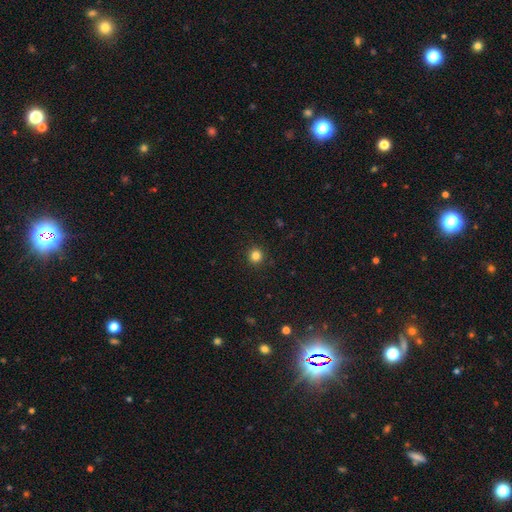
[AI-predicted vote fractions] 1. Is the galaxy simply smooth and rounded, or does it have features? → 84% smooth, 13% star or artifact, 4% featured or disk.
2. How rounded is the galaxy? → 94% round, 5% in between, 1% cigar-shaped.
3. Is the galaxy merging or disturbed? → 92% none, 5% minor disturbance, 2% major disturbance, 1% merger.